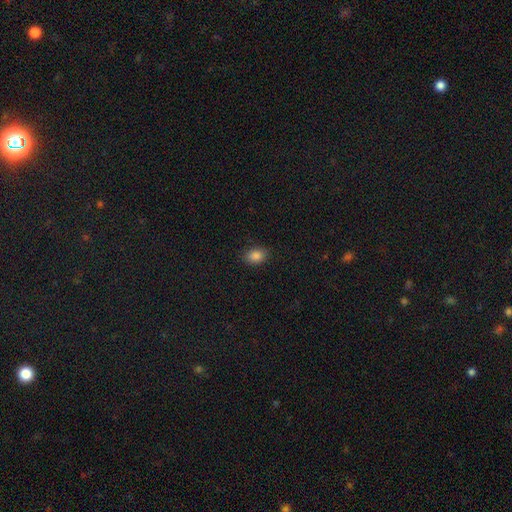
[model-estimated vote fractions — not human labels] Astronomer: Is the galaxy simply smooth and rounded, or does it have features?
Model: smooth — 86%.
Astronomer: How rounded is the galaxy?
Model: in between — 74%.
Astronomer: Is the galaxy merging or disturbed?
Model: none — 87%.